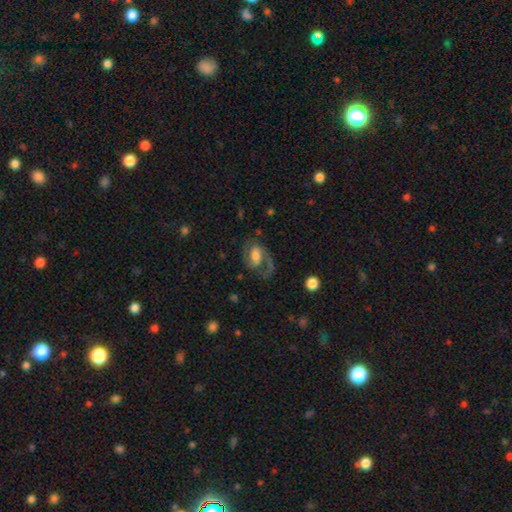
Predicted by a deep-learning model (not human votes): featured or disk 76%, smooth 18%, star or artifact 6%. Down the decision tree: edge-on disk — no (97%); bar — weak (44%); spiral arms — yes (91%); spiral arm count — 2 (80%); spiral winding — medium (55%); bulge size — moderate (45%); merging — none (62%).